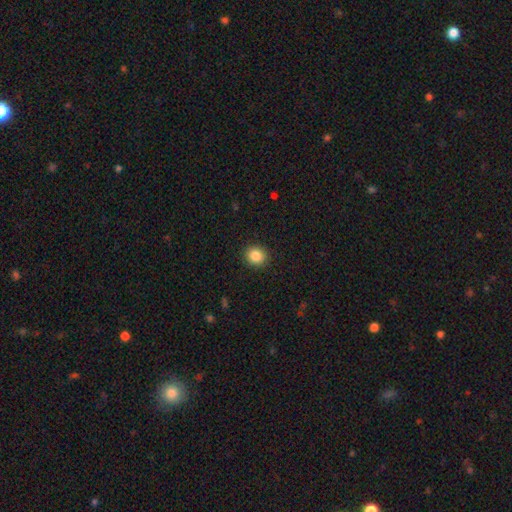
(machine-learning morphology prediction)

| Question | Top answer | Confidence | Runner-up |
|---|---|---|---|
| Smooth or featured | smooth | 86% | star or artifact (10%) |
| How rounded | round | 87% | in between (12%) |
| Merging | none | 91% | minor disturbance (6%) |